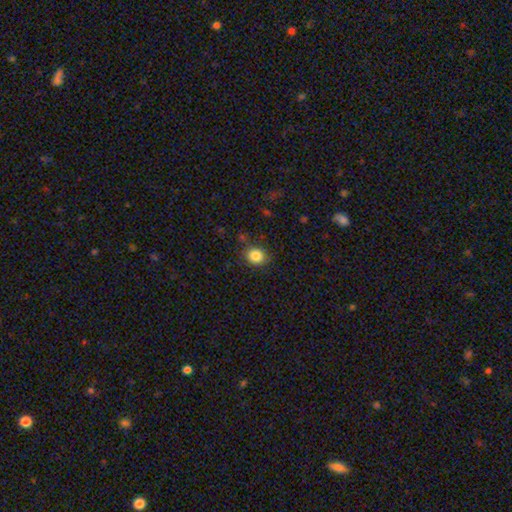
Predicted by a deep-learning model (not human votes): Overall: smooth (84%). How rounded: round (80%). Merging: none (81%).